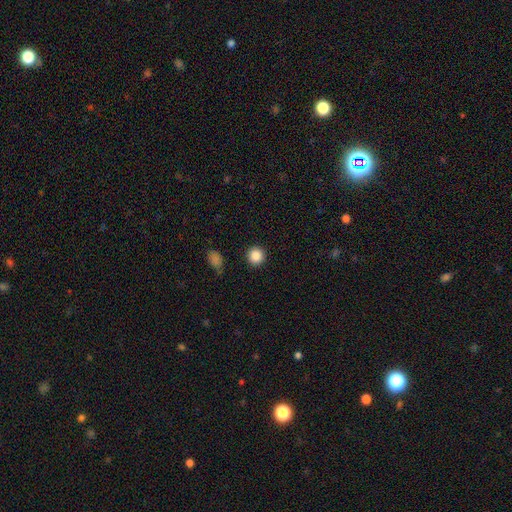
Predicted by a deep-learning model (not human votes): A smooth galaxy with no disk features (87%) that is round (95%). Merging: none (91%).